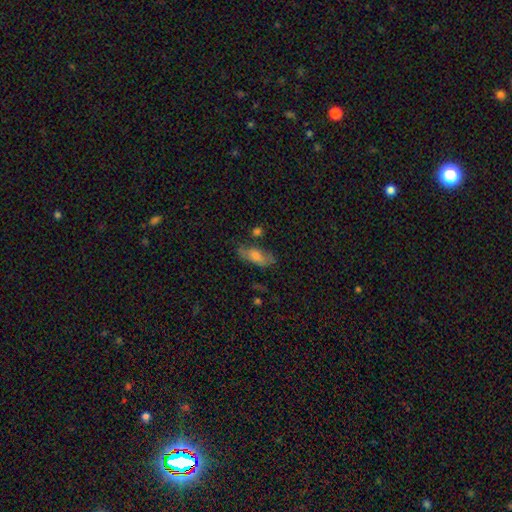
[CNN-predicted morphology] smooth_or_featured: smooth (p=0.58) [alt: featured or disk p=0.32]
how_rounded: in between (p=0.74) [alt: cigar-shaped p=0.22]
merging: none (p=0.61) [alt: minor disturbance p=0.23]